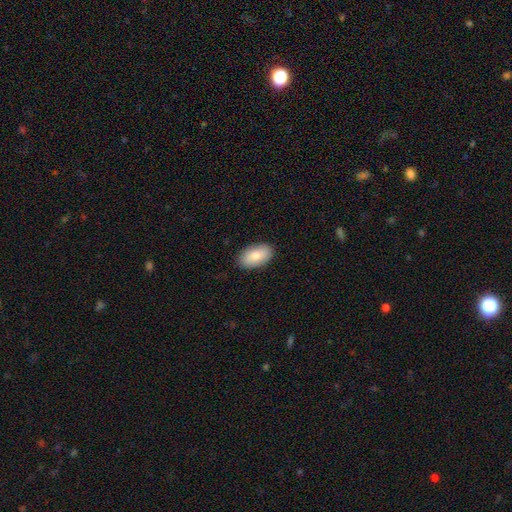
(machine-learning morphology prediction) A smooth galaxy with no disk features (81%) that is in between round and cigar-shaped (94%).

Vote fractions:
- Smooth or featured? smooth: 81% / featured or disk: 13% / star or artifact: 6%
- How rounded? in between: 94% / round: 4% / cigar-shaped: 2%
- Merging? none: 88% / minor disturbance: 9% / major disturbance: 2% / merger: 1%